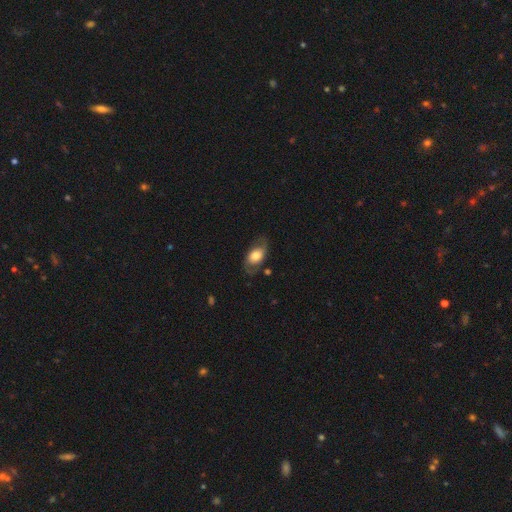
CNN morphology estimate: smooth-or-featured: smooth: 50% | featured or disk: 43% | star or artifact: 7%
  merging: none: 68% | minor disturbance: 20% | major disturbance: 10% | merger: 2%